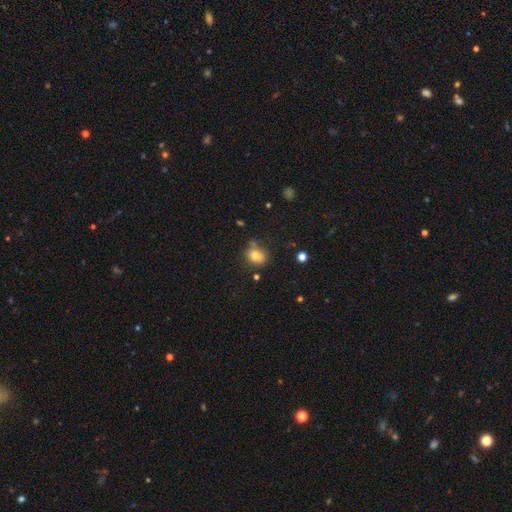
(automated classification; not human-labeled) A smooth galaxy with no disk features (79%) that is in between round and cigar-shaped (50%).

Vote fractions:
- Smooth or featured? smooth: 79% / star or artifact: 11% / featured or disk: 9%
- How rounded? in between: 50% / round: 49% / cigar-shaped: 1%
- Merging? none: 67% / minor disturbance: 18% / merger: 10% / major disturbance: 5%